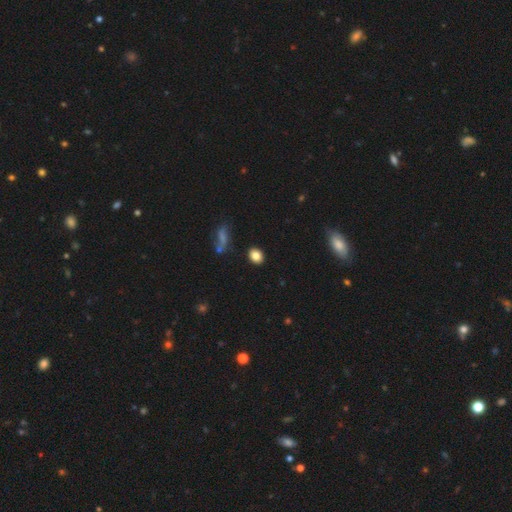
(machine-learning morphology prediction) This is clearly a smooth galaxy (83%). How rounded: possibly in between (54%). Merging: clearly none (87%).